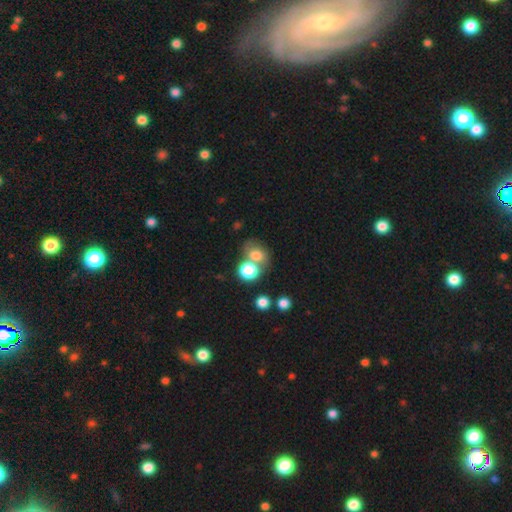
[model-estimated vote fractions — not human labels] Morphology: type=smooth (73%); roundness=round (56%); merging=none (43%).